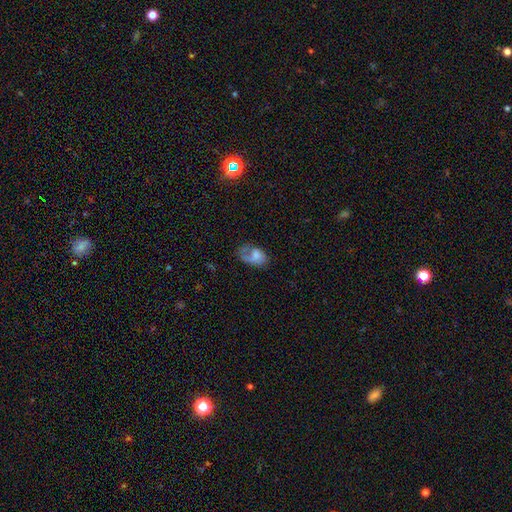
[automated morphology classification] smooth_or_featured: smooth (p=0.53) [alt: featured or disk p=0.37]
how_rounded: in between (p=0.85) [alt: round p=0.13]
merging: major disturbance (p=0.41) [alt: none p=0.30]